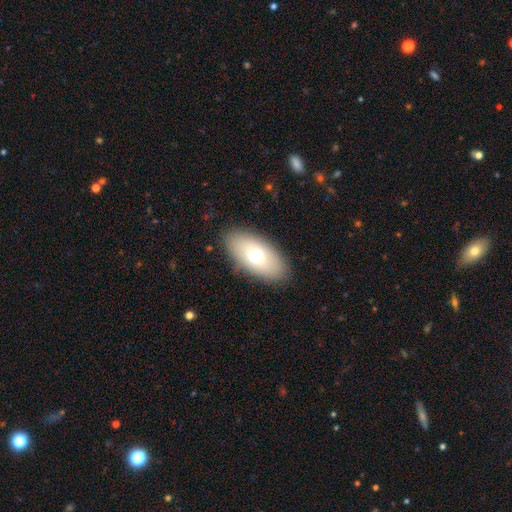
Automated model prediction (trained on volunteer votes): Smooth or featured? Predicted: smooth (p=0.67). How rounded? Predicted: in between (p=0.90). Merging? Predicted: none (p=0.86).